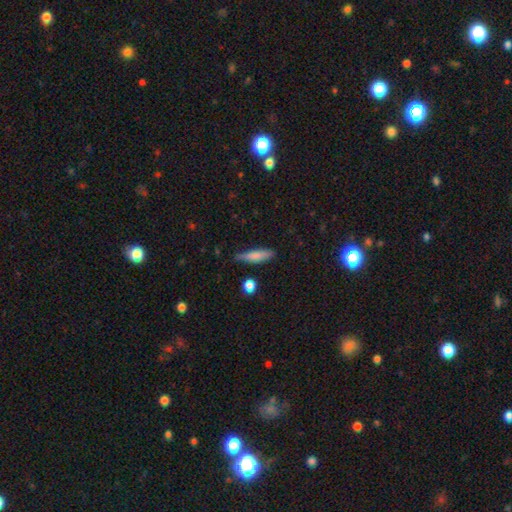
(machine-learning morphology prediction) The model was most divided on "how rounded": cigar-shaped: 71%, in between: 27%, round: 2%. More confident: smooth or featured — smooth (73%); merging — none (69%).